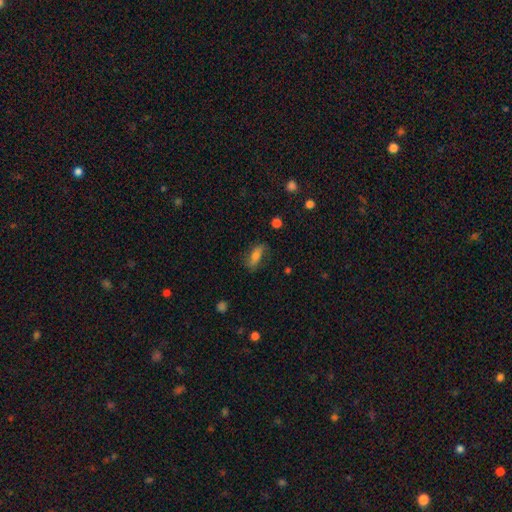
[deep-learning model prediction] The model was most divided on "how rounded": in between: 66%, cigar-shaped: 30%, round: 4%. More confident: merging — none (71%); smooth or featured — smooth (64%).